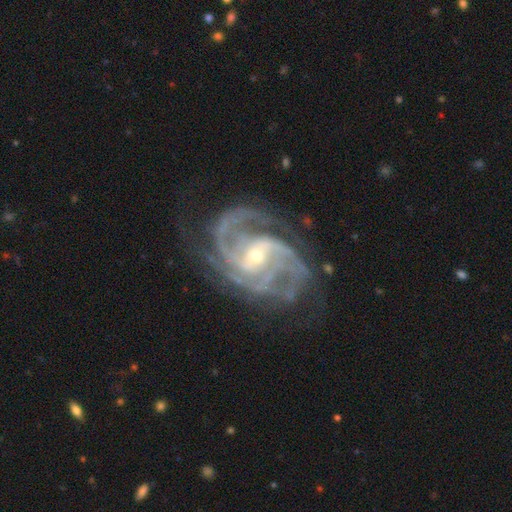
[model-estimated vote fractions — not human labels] The model was most divided on "bar" (2-way tie): no: 40%, weak: 40%, strong: 19%. Remaining: spiral arms — yes (99%); edge-on disk — no (98%); smooth or featured — featured or disk (93%); merging — none (69%); bulge size — small (61%); spiral winding — tight (50%); spiral arm count — 3 (34%).